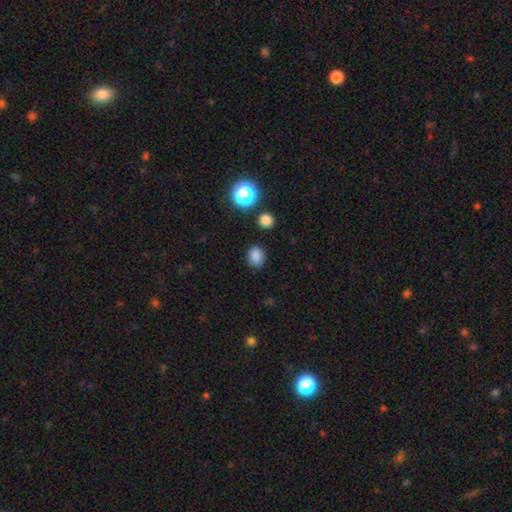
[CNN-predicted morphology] Smooth or featured?
  - smooth: 83% *
  - star or artifact: 13%
  - featured or disk: 4%
How rounded?
  - round: 52% *
  - in between: 47%
  - cigar-shaped: 1%
Merging?
  - none: 84% *
  - minor disturbance: 10%
  - major disturbance: 3%
  - merger: 3%